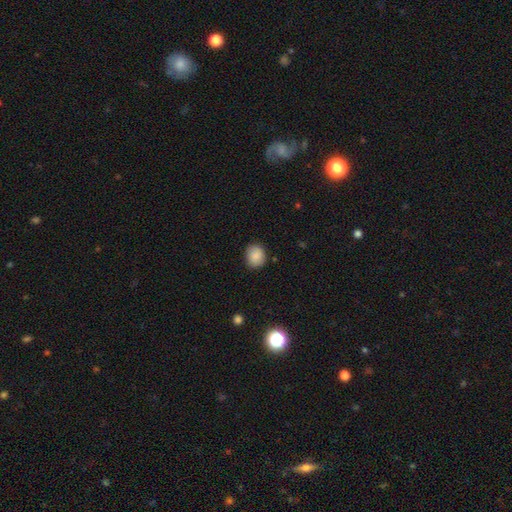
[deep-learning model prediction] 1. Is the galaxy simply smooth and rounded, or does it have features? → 87% smooth, 8% star or artifact, 5% featured or disk.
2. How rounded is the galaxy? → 65% round, 34% in between, 1% cigar-shaped.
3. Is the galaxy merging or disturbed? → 84% none, 12% minor disturbance, 3% major disturbance, 1% merger.